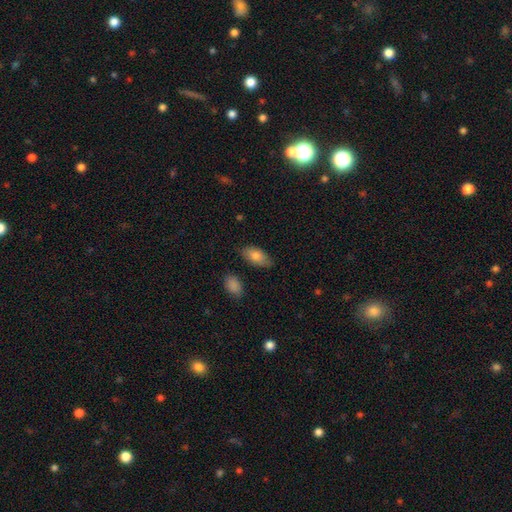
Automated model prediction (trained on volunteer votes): Smooth or featured?
  - smooth: 80% *
  - featured or disk: 13%
  - star or artifact: 7%
How rounded?
  - in between: 92% *
  - cigar-shaped: 5%
  - round: 3%
Merging?
  - none: 79% *
  - minor disturbance: 15%
  - major disturbance: 3%
  - merger: 2%